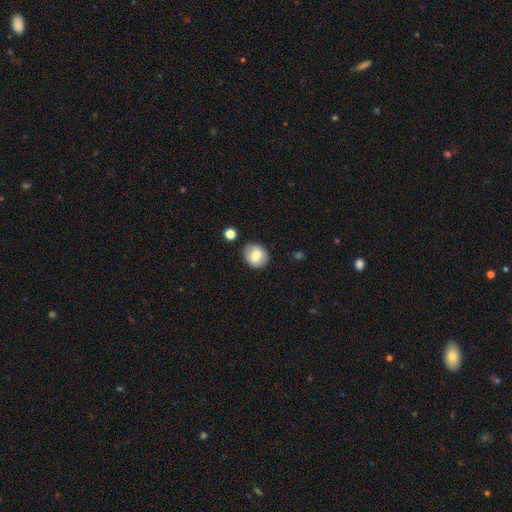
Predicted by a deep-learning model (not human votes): Morphology: type=smooth (77%); roundness=round (73%); merging=none (83%).